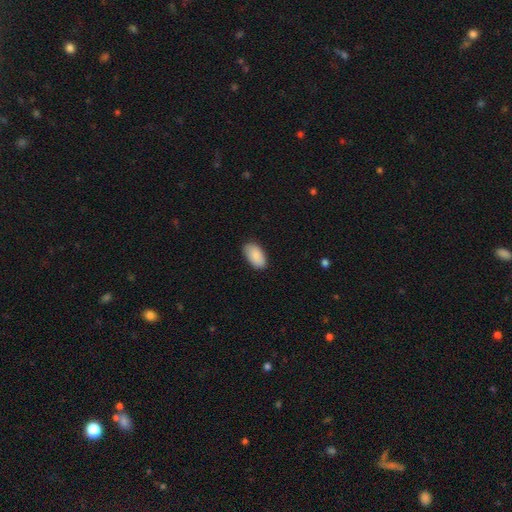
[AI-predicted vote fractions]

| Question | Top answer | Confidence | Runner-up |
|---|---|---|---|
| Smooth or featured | smooth | 88% | featured or disk (6%) |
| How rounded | in between | 95% | round (3%) |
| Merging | none | 86% | minor disturbance (11%) |